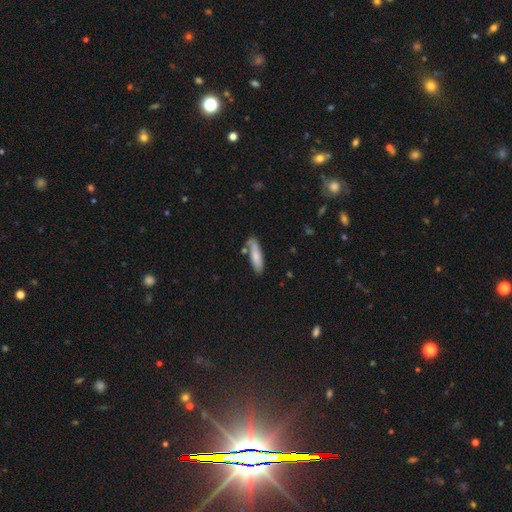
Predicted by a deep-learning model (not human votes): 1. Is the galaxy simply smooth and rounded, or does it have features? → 79% smooth, 15% featured or disk, 6% star or artifact.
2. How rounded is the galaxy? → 65% cigar-shaped, 34% in between, 2% round.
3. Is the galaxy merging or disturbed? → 69% none, 18% minor disturbance, 9% merger, 4% major disturbance.